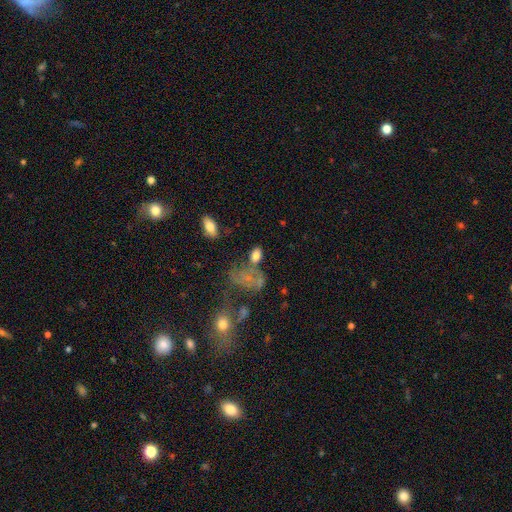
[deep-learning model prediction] Smooth or featured? smooth (75%)
How rounded? in between (87%)
Merging? none (49%)